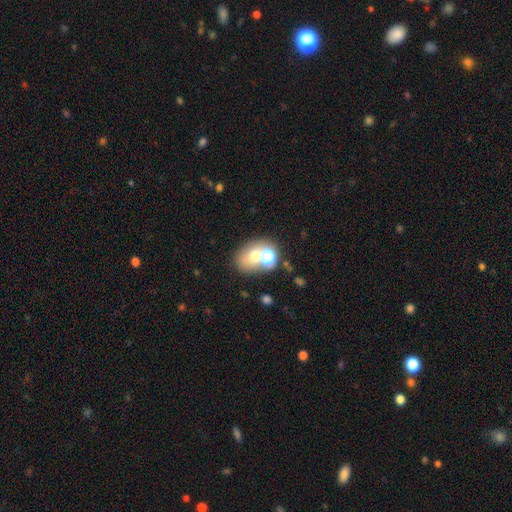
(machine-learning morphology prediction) This appears to be a smooth galaxy with no disk features (63%) that is in between round and cigar-shaped (55%). Merging: none (43%).